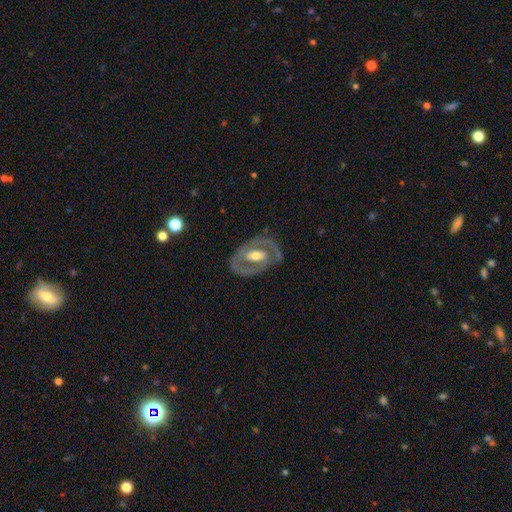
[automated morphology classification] Smooth or featured: featured or disk — 73% (smooth — 22%)
Edge-on disk: no — 94% (yes — 6%)
Bar: no — 44% (weak — 34%)
Spiral arms: no — 54% (yes — 46%)
Bulge size: moderate — 65% (small — 17%)
Merging: none — 71% (minor disturbance — 18%)